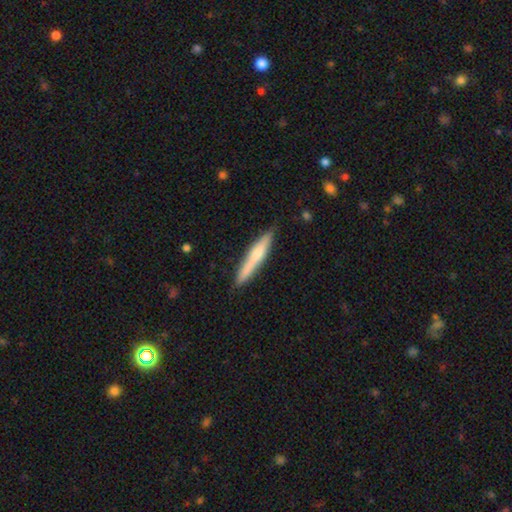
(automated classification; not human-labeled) smooth_or_featured: smooth (p=0.54) [alt: featured or disk p=0.40]
how_rounded: cigar-shaped (p=0.93) [alt: in between p=0.06]
merging: none (p=0.85) [alt: minor disturbance p=0.12]